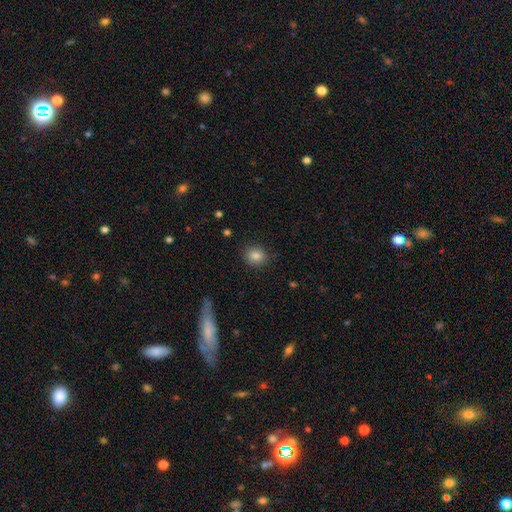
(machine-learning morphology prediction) The model was most divided on "how rounded": round: 79%, in between: 20%, cigar-shaped: 1%. More confident: merging — none (88%); smooth or featured — smooth (82%).